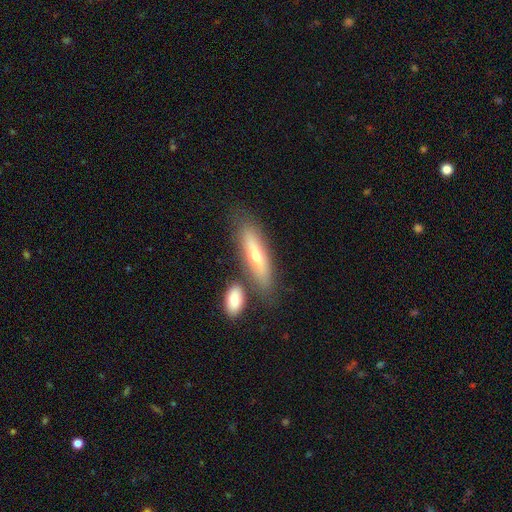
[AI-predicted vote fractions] This appears to be a smooth galaxy with no disk features (47%). Merging: none (67%).